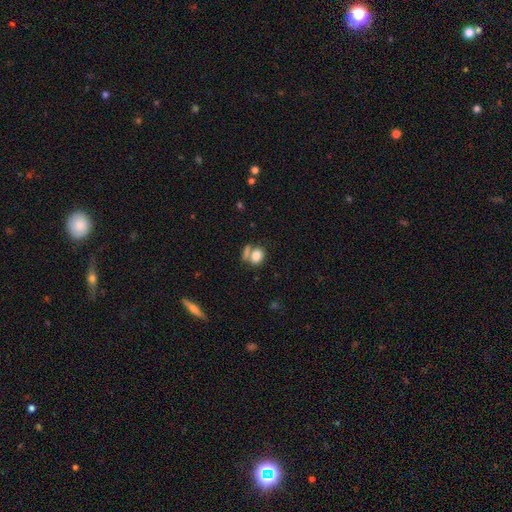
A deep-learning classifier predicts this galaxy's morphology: smooth_or_featured: smooth (p=0.80) [alt: star or artifact p=0.10]
how_rounded: in between (p=0.61) [alt: round p=0.36]
merging: none (p=0.46) [alt: merger p=0.34]